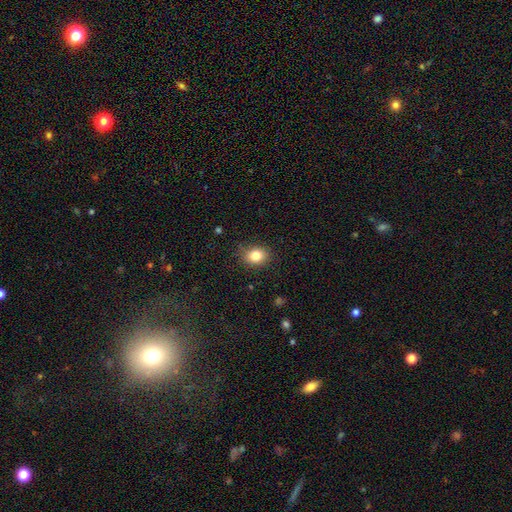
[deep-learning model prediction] A smooth galaxy with no disk features (83%) that is round (55%). Merging: none (83%).